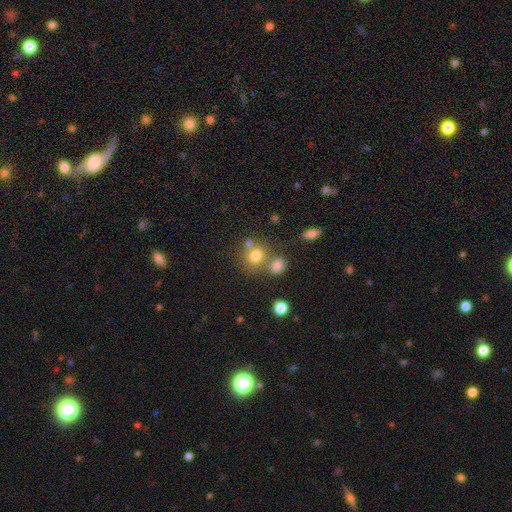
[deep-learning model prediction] Smooth or featured? smooth (75%)
How rounded? round (82%)
Merging? none (60%)